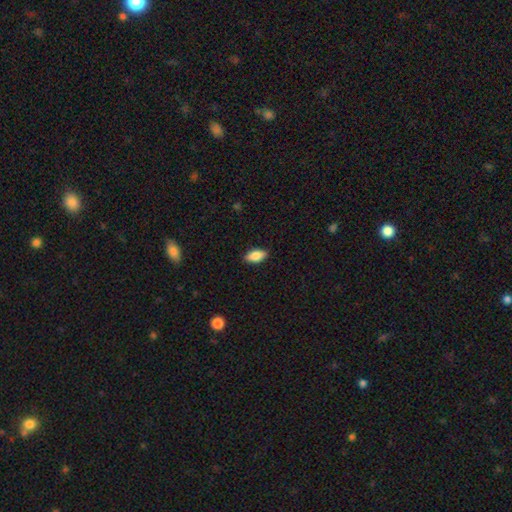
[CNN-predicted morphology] A smooth galaxy with no disk features (81%) that is in between round and cigar-shaped (87%). Merging: none (87%).